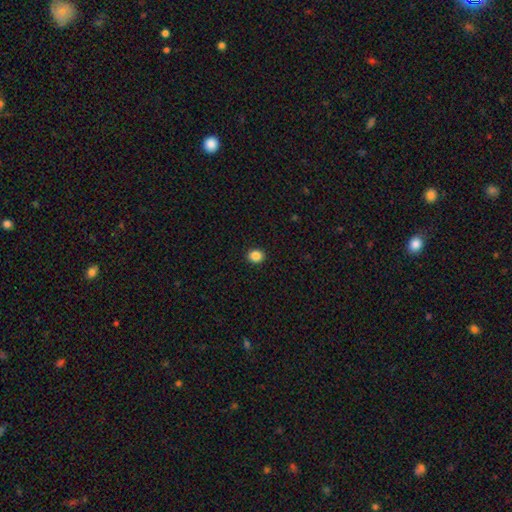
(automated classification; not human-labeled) Morphology: type=smooth (87%); roundness=round (72%); merging=none (92%).